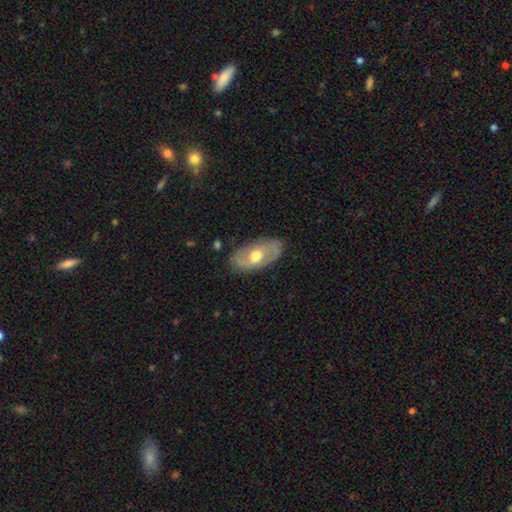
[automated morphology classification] This appears to be a featured or disk galaxy (56%). Merging: none (78%).